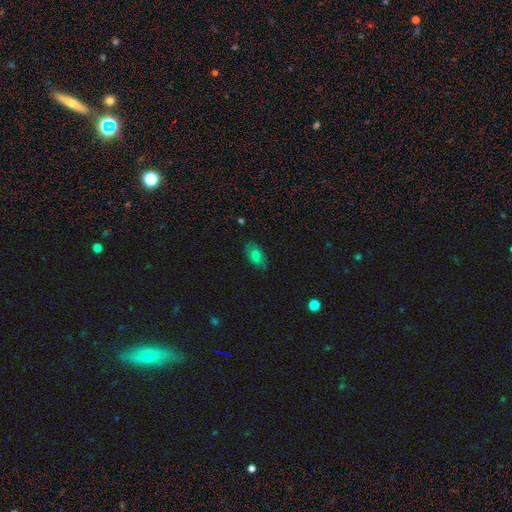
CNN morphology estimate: smooth-or-featured: smooth: 67% | featured or disk: 22% | star or artifact: 11%
  how-rounded: in between: 90% | round: 7% | cigar-shaped: 3%
  merging: none: 77% | minor disturbance: 18% | major disturbance: 4% | merger: 1%